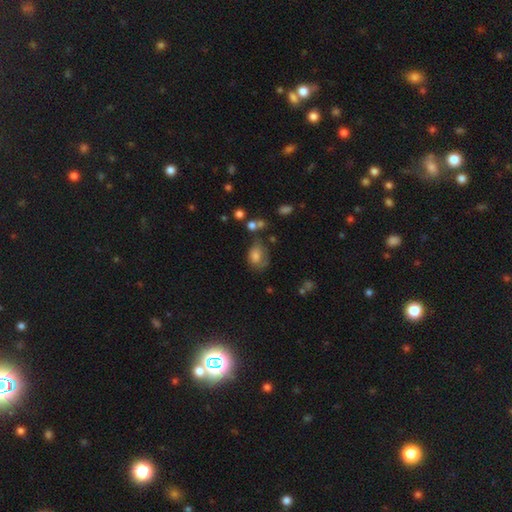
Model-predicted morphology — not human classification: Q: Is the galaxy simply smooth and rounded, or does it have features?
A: smooth — 70%.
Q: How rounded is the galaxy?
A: in between — 71%.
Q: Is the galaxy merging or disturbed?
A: none — 42%.